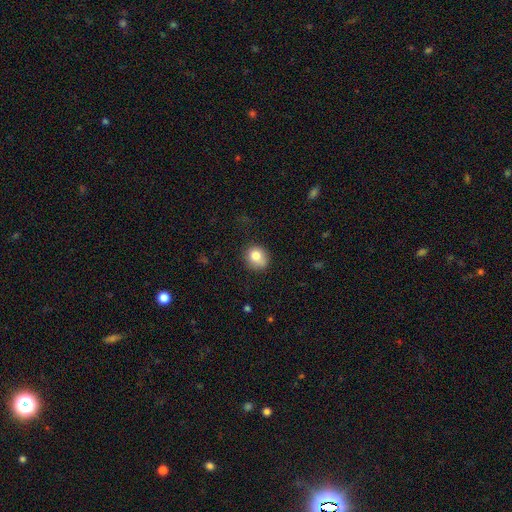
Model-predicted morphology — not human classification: Smooth or featured: smooth — 79% (star or artifact — 10%)
How rounded: round — 78% (in between — 21%)
Merging: none — 72% (minor disturbance — 20%)